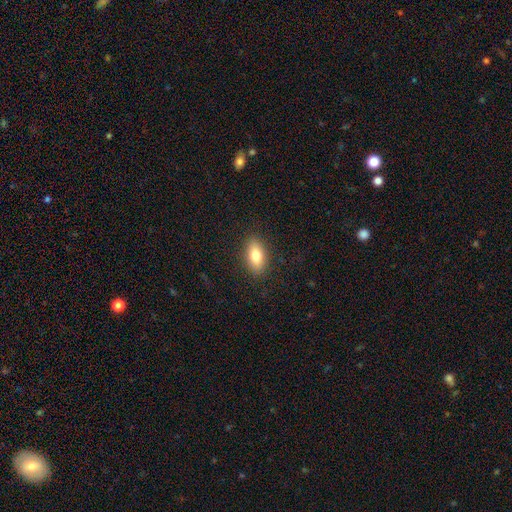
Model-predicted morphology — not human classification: Overall: smooth (78%). How rounded: in between (87%). Merging: none (88%).